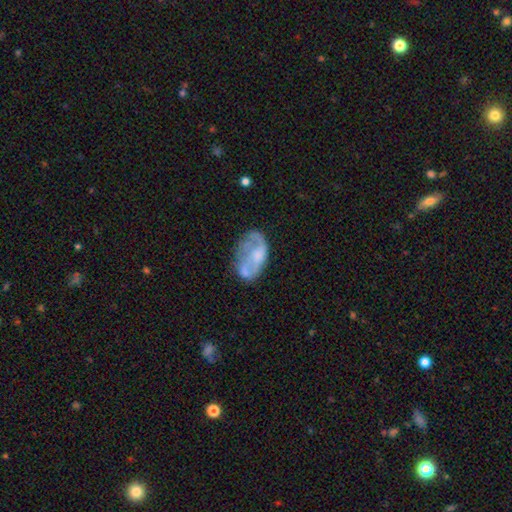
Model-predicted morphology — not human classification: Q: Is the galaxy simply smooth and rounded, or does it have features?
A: featured or disk — 55%.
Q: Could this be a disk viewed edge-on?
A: no — 97%.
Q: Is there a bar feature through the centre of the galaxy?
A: no — 82%.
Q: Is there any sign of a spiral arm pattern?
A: no — 72%.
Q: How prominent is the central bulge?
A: none — 41%.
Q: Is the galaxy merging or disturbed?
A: none — 38%.